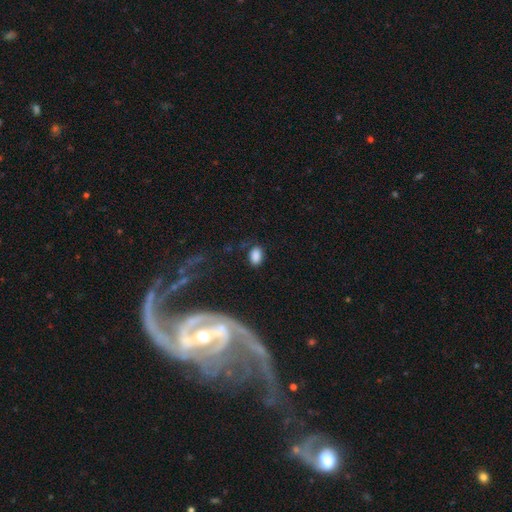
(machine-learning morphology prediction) smooth 85%, star or artifact 10%, featured or disk 5%. Down the decision tree: how rounded — in between (88%); merging — none (74%).